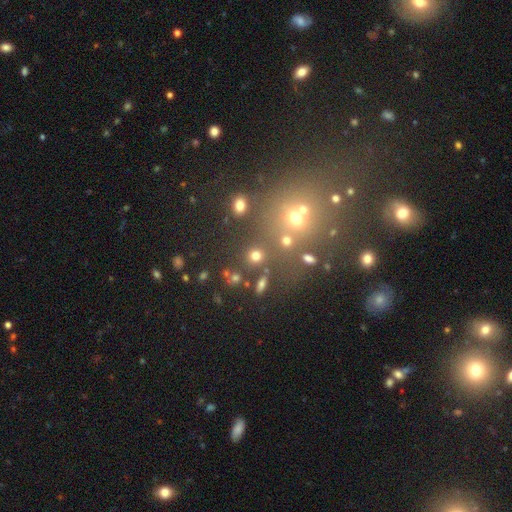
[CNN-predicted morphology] A smooth galaxy with no disk features (73%) that is round (78%). Merging: none (75%).